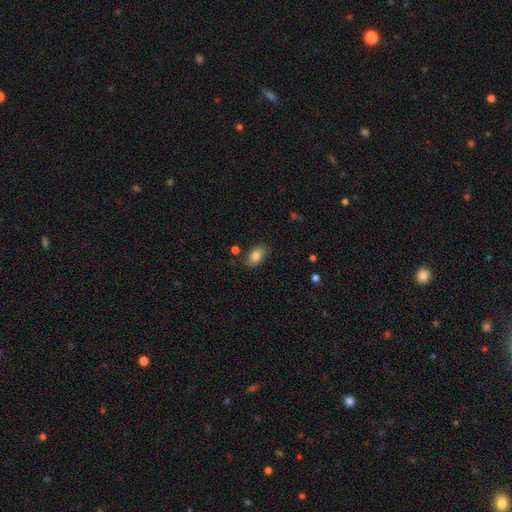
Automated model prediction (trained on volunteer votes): Smooth or featured?
  - smooth: 82% *
  - featured or disk: 10%
  - star or artifact: 8%
How rounded?
  - in between: 90% *
  - round: 8%
  - cigar-shaped: 2%
Merging?
  - none: 80% *
  - minor disturbance: 15%
  - major disturbance: 3%
  - merger: 3%